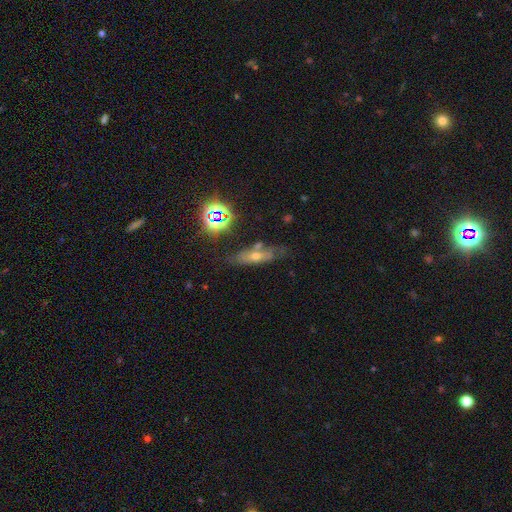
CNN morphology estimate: This is marginally a smooth galaxy (41%). Merging: likely none (62%).